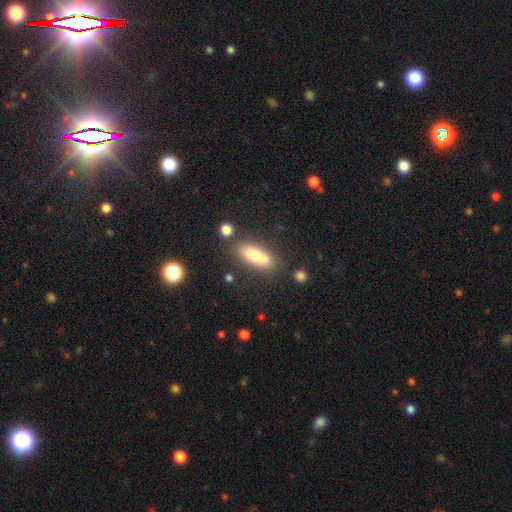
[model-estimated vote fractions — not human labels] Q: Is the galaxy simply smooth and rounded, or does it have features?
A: smooth — 73%.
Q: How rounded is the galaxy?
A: in between — 62%.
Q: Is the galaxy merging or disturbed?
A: none — 72%.